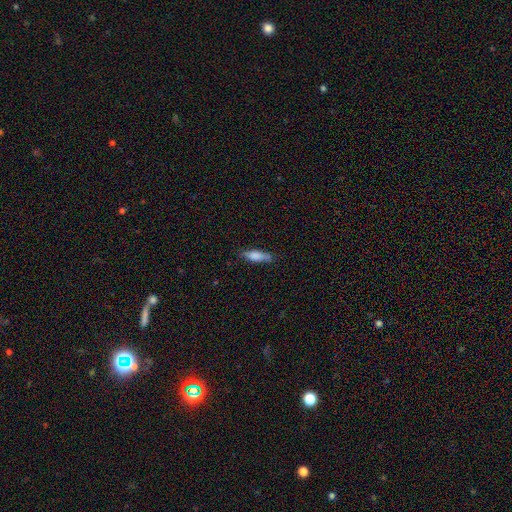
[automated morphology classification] A smooth galaxy with no disk features (76%) that is cigar-shaped (56%). Merging: none (76%).